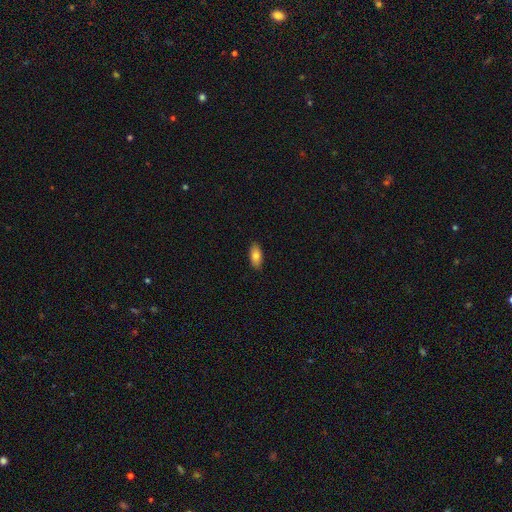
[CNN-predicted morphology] Smooth or featured: smooth — 81% (featured or disk — 12%)
How rounded: in between — 89% (cigar-shaped — 9%)
Merging: none — 89% (minor disturbance — 9%)